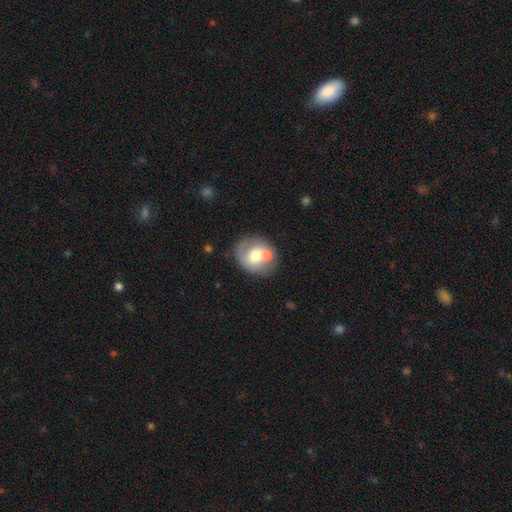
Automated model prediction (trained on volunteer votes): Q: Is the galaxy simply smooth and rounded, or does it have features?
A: smooth — 50%.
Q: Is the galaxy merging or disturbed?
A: none — 47%.